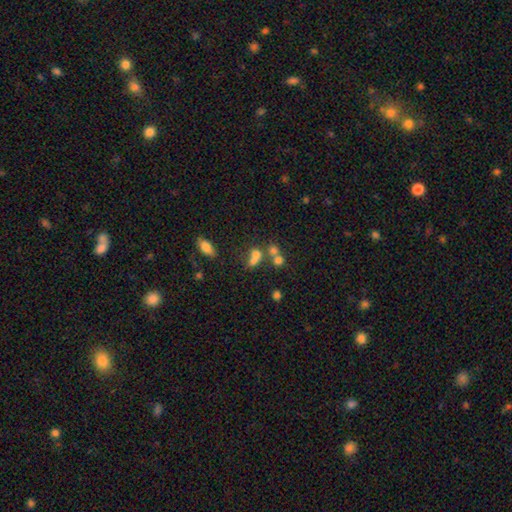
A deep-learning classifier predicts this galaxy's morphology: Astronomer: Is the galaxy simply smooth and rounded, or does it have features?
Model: smooth — 62%.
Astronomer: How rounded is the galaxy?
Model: round — 62%.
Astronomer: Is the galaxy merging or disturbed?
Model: merger — 53% (runner-up: none, 31%).